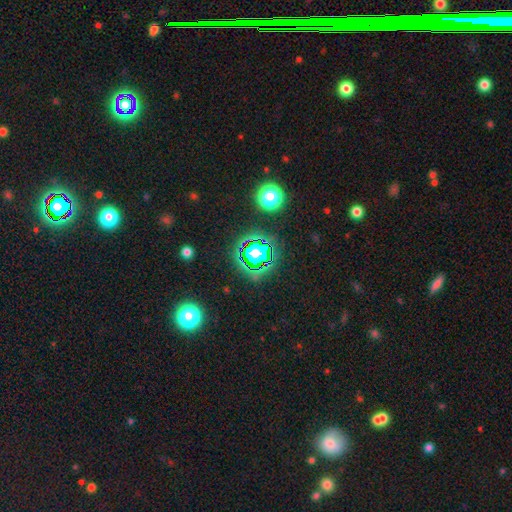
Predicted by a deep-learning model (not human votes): This appears to be a star or artifact, not a galaxy (67%).